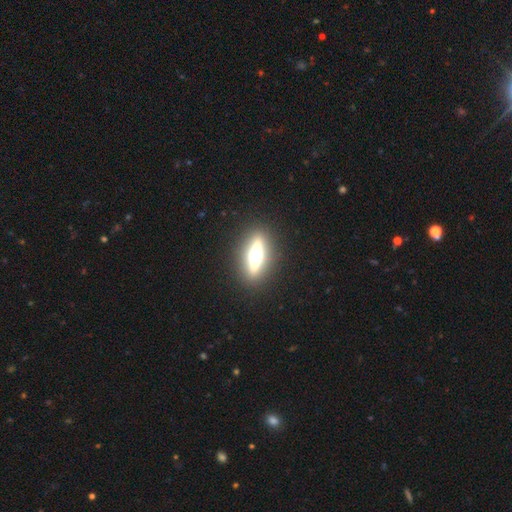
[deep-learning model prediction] Q: Smooth or featured?
A: featured or disk (67%); runner-up: smooth (22%)
Q: Edge-on disk?
A: yes (91%); runner-up: no (9%)
Q: Edge-on bulge?
A: rounded (91%); runner-up: boxy (6%)
Q: Merging?
A: none (88%); runner-up: minor disturbance (7%)